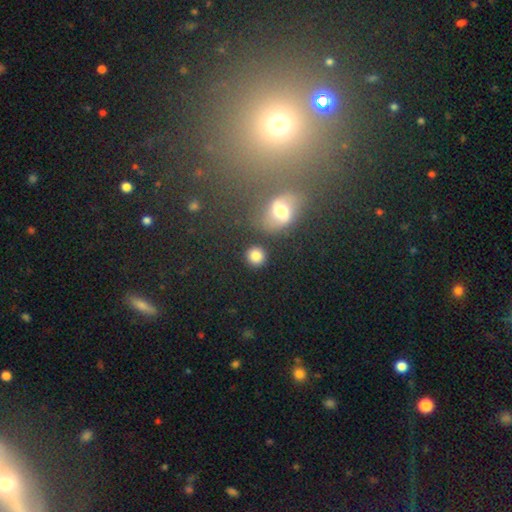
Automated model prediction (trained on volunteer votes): Smooth or featured? Predicted: smooth (p=0.83). How rounded? Predicted: round (p=0.88). Merging? Predicted: none (p=0.82).